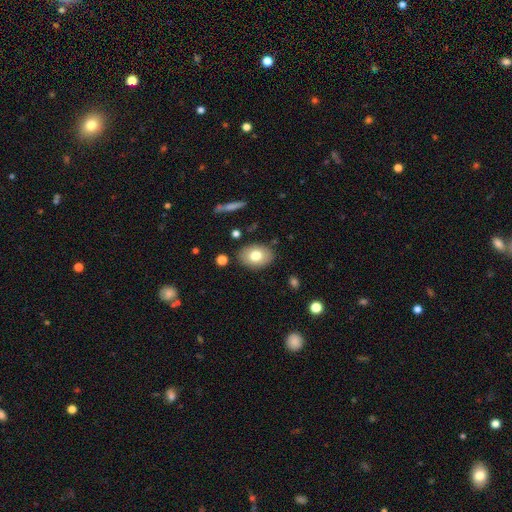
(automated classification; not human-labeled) Smooth or featured? Predicted: smooth (p=0.75). How rounded? Predicted: in between (p=0.78). Merging? Predicted: none (p=0.86).